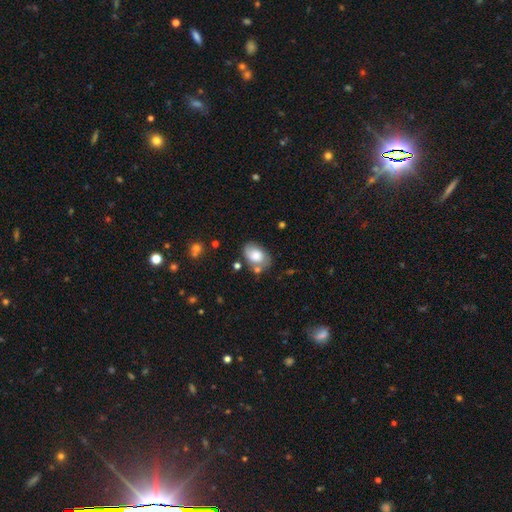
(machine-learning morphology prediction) A smooth galaxy with no disk features (69%) that is in between round and cigar-shaped (82%). Merging: none (56%).